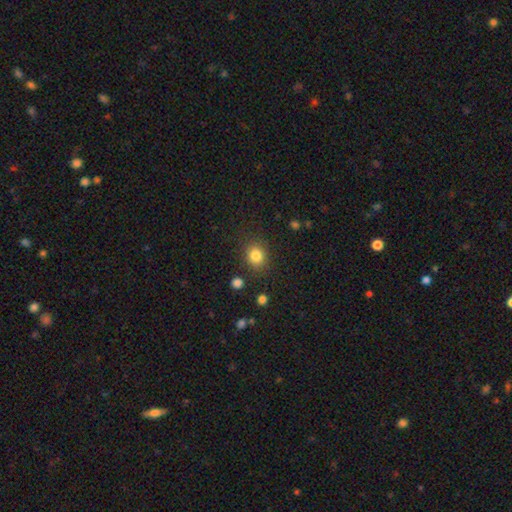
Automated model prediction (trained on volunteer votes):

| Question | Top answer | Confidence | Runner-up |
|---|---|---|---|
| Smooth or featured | smooth | 83% | star or artifact (11%) |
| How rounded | round | 73% | in between (26%) |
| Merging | none | 83% | minor disturbance (10%) |